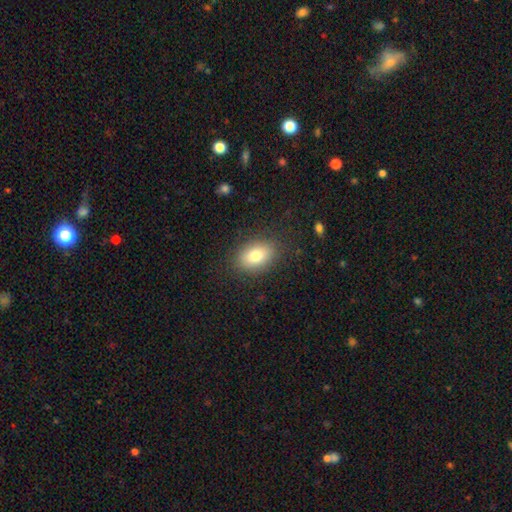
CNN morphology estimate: smooth-or-featured: smooth: 80% | featured or disk: 11% | star or artifact: 9%
  how-rounded: in between: 82% | round: 17% | cigar-shaped: 1%
  merging: none: 85% | minor disturbance: 10% | major disturbance: 4% | merger: 1%